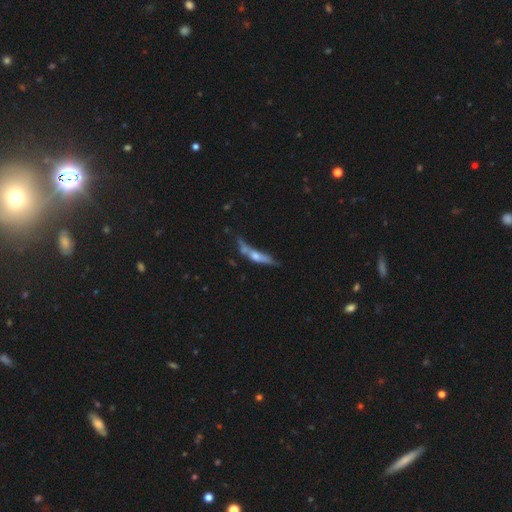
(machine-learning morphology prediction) Smooth or featured? Predicted: featured or disk (p=0.52). Edge-on disk? Predicted: yes (p=0.69). Merging? Predicted: none (p=0.37).